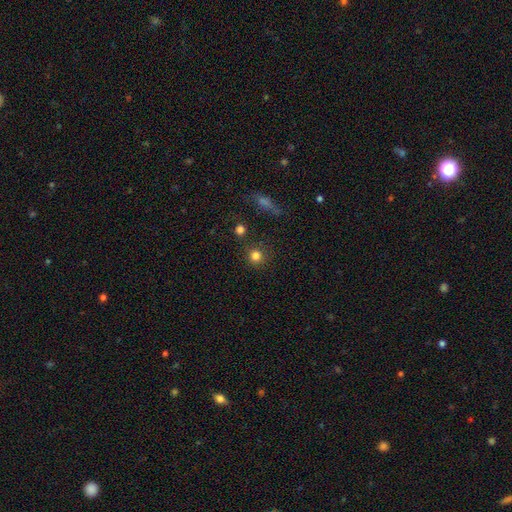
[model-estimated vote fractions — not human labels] This appears to be a smooth galaxy with no disk features (81%) that is round (92%). Merging: none (83%).